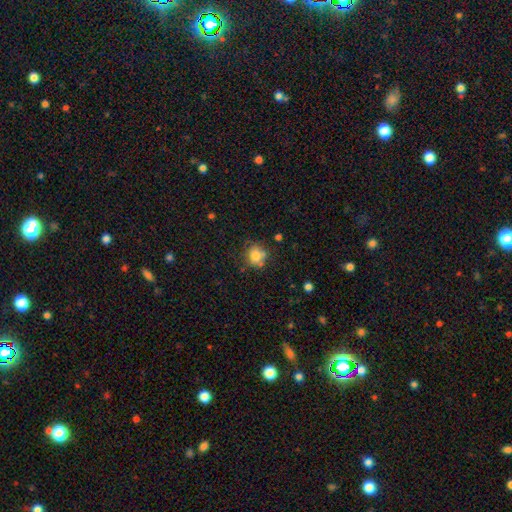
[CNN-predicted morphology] Smooth or featured? smooth (77%)
How rounded? round (80%)
Merging? none (67%)